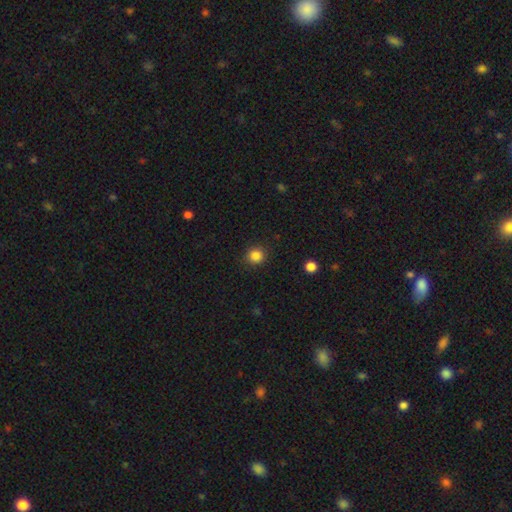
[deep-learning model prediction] This appears to be a smooth galaxy with no disk features (85%) that is round (91%). Merging: none (91%).